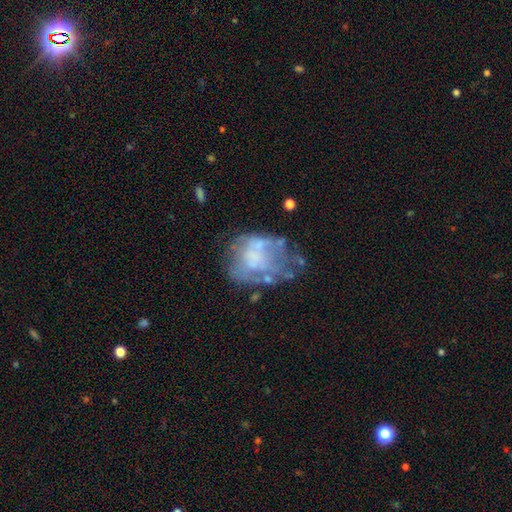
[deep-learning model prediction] Overall: featured or disk (60%; smooth 29%). Edge-on disk: no (98%). Bar: no (89%). Spiral arms: no (83%). Bulge size: none (63%). Merging: none (38%; major disturbance 29%).